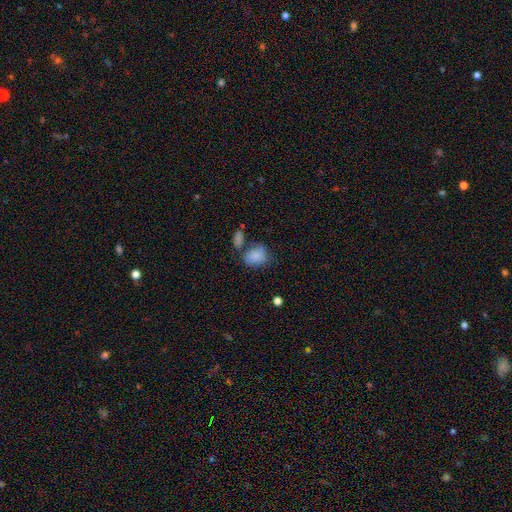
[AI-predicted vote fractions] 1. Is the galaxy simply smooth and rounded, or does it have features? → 83% smooth, 9% featured or disk, 8% star or artifact.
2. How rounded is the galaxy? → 58% in between, 40% round, 1% cigar-shaped.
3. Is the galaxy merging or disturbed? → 50% none, 21% merger, 20% minor disturbance, 9% major disturbance.